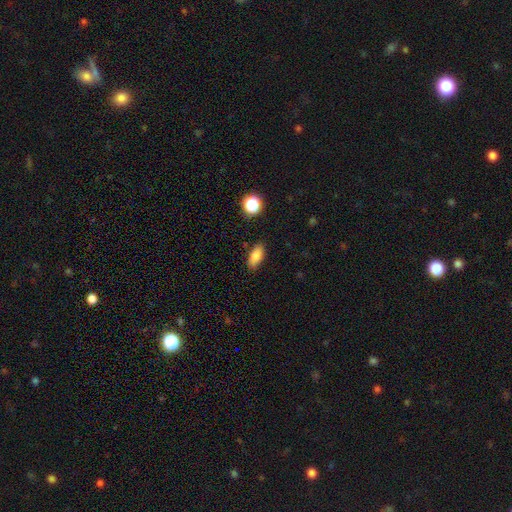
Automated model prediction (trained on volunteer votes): smooth_or_featured: smooth (p=0.83) [alt: star or artifact p=0.09]
how_rounded: in between (p=0.84) [alt: cigar-shaped p=0.11]
merging: none (p=0.85) [alt: minor disturbance p=0.11]